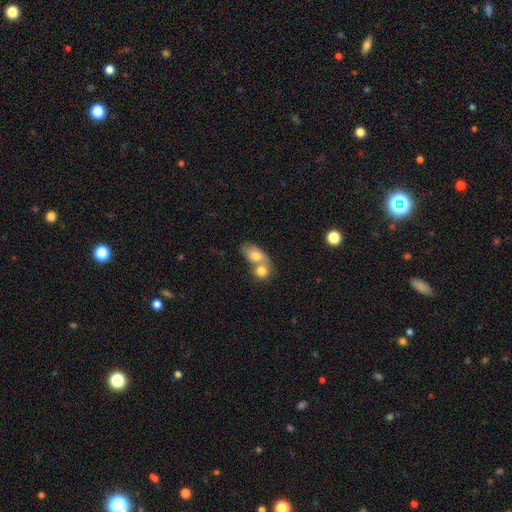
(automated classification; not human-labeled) A smooth galaxy with no disk features (73%) that is in between round and cigar-shaped (76%). Merging: merger (67%).